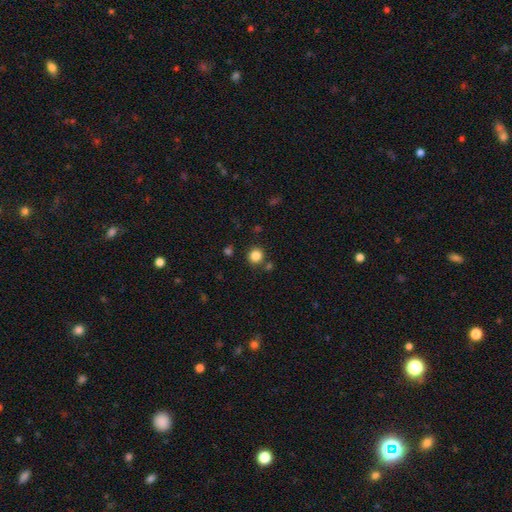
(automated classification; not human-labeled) A smooth galaxy with no disk features (84%) that is round (93%). Merging: none (84%).